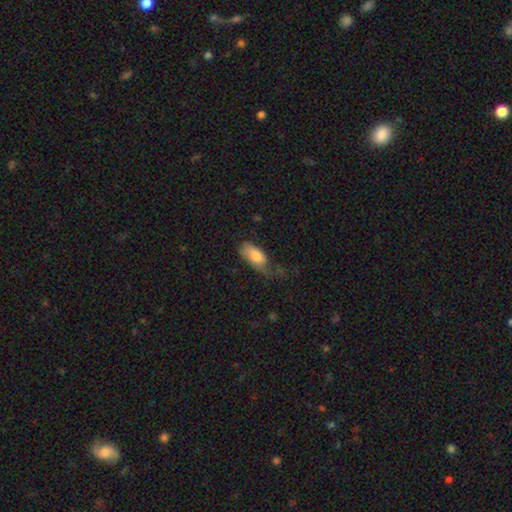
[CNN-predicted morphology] Q: Smooth or featured?
A: smooth (78%); runner-up: featured or disk (16%)
Q: How rounded?
A: in between (90%); runner-up: cigar-shaped (8%)
Q: Merging?
A: minor disturbance (37%); runner-up: none (36%)